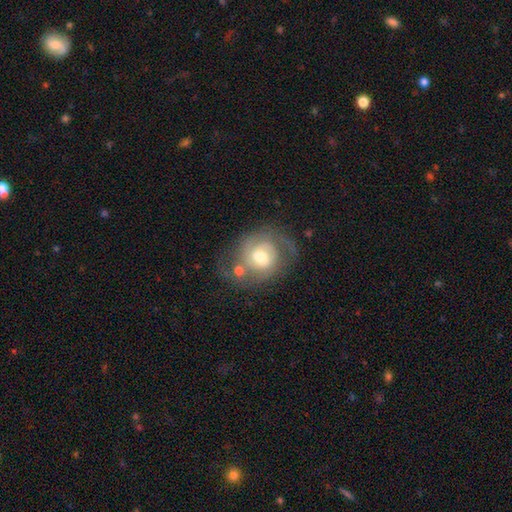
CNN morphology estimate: Smooth or featured?
  - featured or disk: 70% *
  - smooth: 24%
  - star or artifact: 6%
Edge-on disk?
  - no: 97% *
  - yes: 3%
Bar?
  - weak: 45% * (tied)
  - no: 45% * (tied)
  - strong: 10%
Spiral arms?
  - yes: 84% *
  - no: 16%
Spiral winding?
  - medium: 42% *
  - tight: 41%
  - loose: 17%
Spiral arm count?
  - 2: 60% *
  - can't tell: 21%
  - 1: 9%
  - 3: 7%
  - 4: 2%
  - more than 4: 2%
Bulge size?
  - moderate: 69% *
  - small: 17%
  - large: 12%
  - none: 1%
  - dominant: 1%
Merging?
  - none: 48% *
  - minor disturbance: 21%
  - major disturbance: 18%
  - merger: 14%